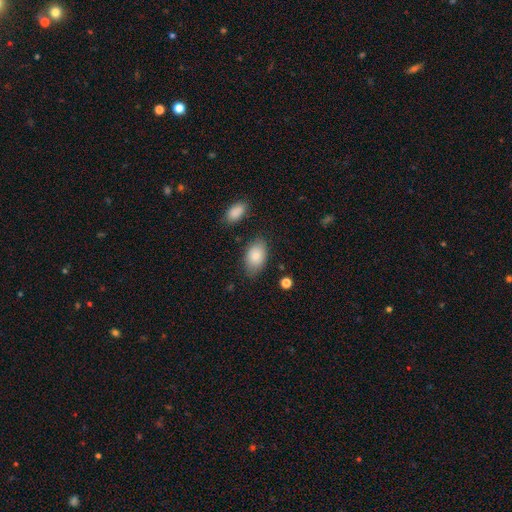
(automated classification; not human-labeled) A smooth galaxy with no disk features (84%) that is in between round and cigar-shaped (91%). Merging: none (77%).